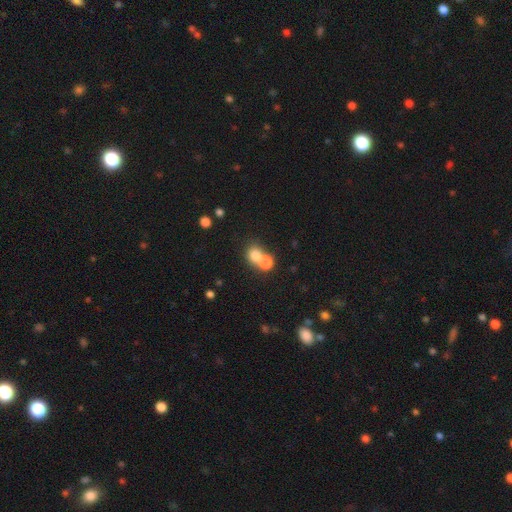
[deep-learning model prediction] Q: Smooth or featured?
A: smooth (76%); runner-up: star or artifact (13%)
Q: How rounded?
A: round (78%); runner-up: in between (21%)
Q: Merging?
A: merger (52%); runner-up: none (39%)